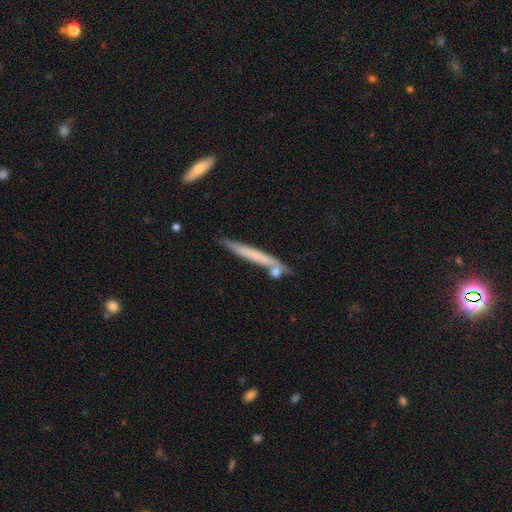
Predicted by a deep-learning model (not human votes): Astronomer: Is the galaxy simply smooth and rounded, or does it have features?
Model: smooth — 54% (runner-up: featured or disk, 40%).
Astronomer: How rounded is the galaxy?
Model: cigar-shaped — 96%.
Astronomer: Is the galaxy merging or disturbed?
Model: none — 71%.